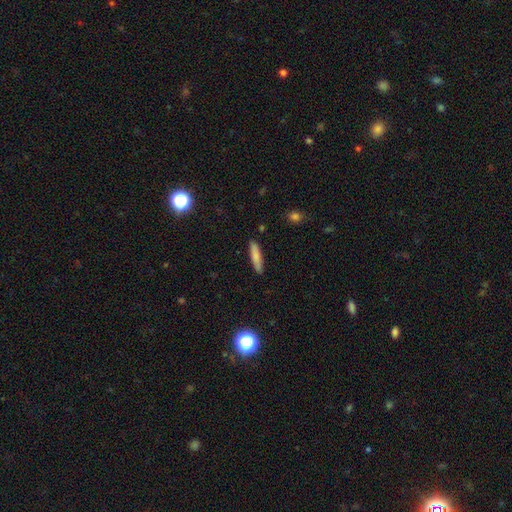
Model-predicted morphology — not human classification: A smooth galaxy with no disk features (80%) that is cigar-shaped (84%). Merging: none (88%).